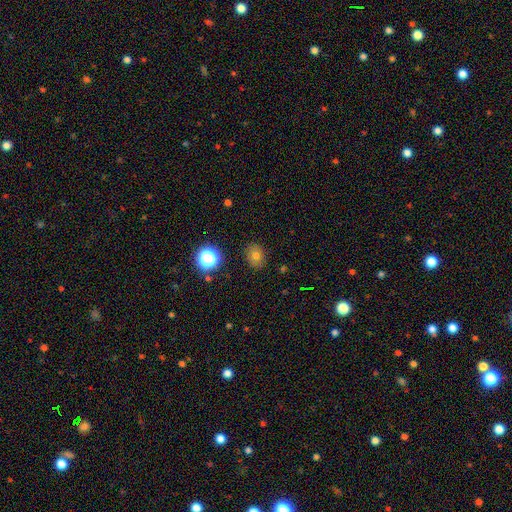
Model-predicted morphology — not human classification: This appears to be a smooth galaxy with no disk features (71%) that is round (52%). Merging: none (84%).